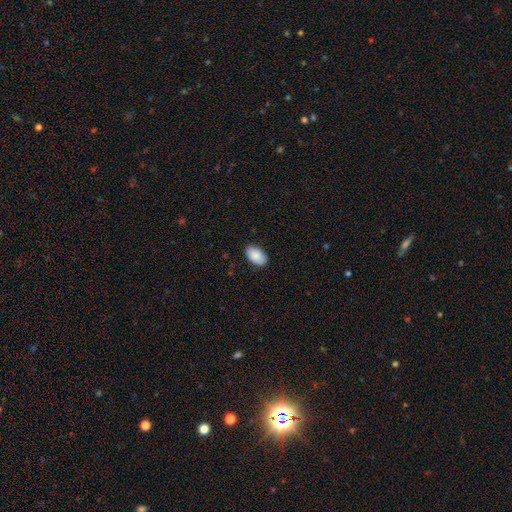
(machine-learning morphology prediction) smooth_or_featured: smooth (p=0.88) [alt: star or artifact p=0.06]
how_rounded: in between (p=0.94) [alt: round p=0.04]
merging: none (p=0.86) [alt: minor disturbance p=0.11]